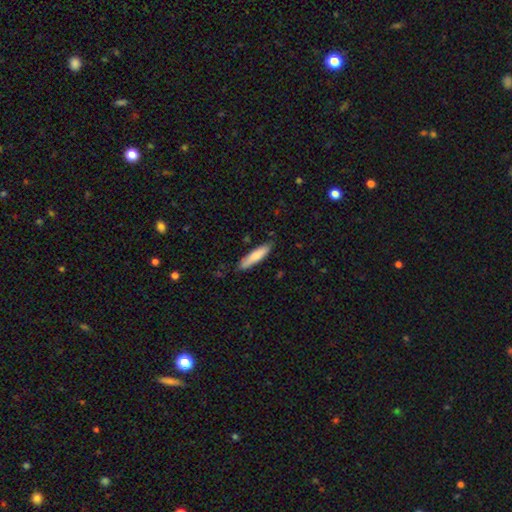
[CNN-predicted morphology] Overall: smooth (76%). How rounded: cigar-shaped (78%). Merging: none (82%).